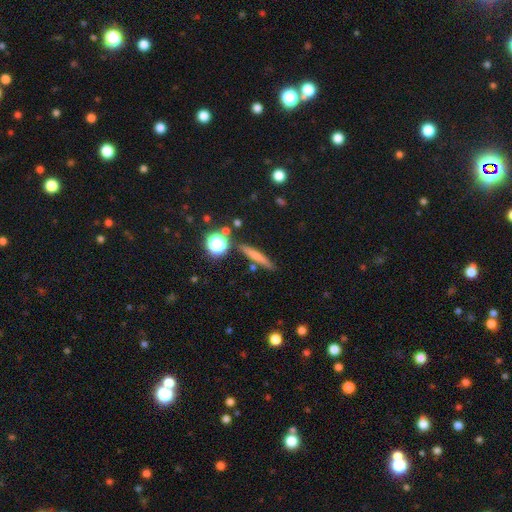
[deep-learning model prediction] Smooth or featured? Predicted: smooth (p=0.64). How rounded? Predicted: cigar-shaped (p=0.86). Merging? Predicted: none (p=0.83).